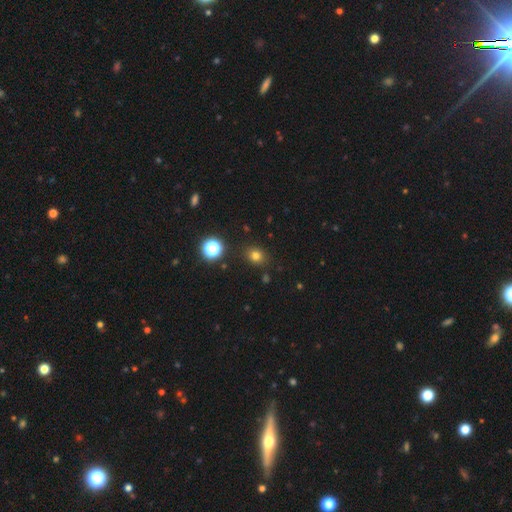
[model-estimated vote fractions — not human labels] This appears to be a smooth galaxy with no disk features (75%) that is round (65%). Merging: none (87%).